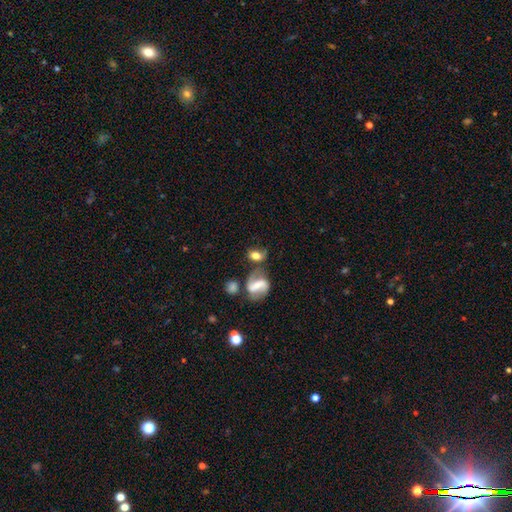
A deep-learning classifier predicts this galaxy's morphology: The model was most divided on "smooth or featured": smooth: 59%, featured or disk: 32%, star or artifact: 10%. More confident: how rounded — in between (66%); merging — none (51%).